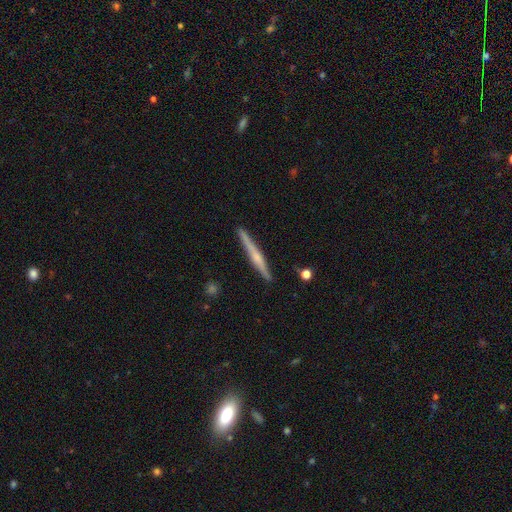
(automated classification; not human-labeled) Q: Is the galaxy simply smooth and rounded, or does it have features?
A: featured or disk — 68%.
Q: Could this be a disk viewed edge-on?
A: yes — 98%.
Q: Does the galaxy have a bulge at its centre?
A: rounded — 69%.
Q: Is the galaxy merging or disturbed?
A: none — 90%.